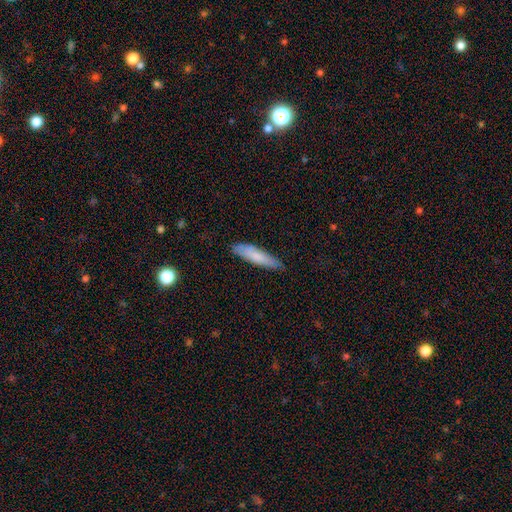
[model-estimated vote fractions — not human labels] Smooth or featured? Predicted: smooth (p=0.75). How rounded? Predicted: cigar-shaped (p=0.77). Merging? Predicted: none (p=0.77).